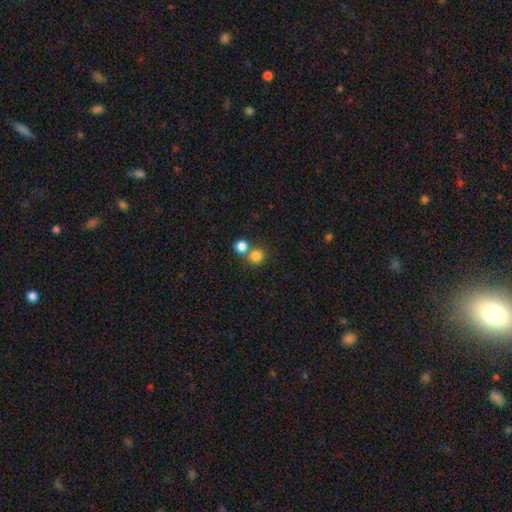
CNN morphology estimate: Q: Smooth or featured?
A: smooth (82%); runner-up: star or artifact (12%)
Q: How rounded?
A: round (89%); runner-up: in between (10%)
Q: Merging?
A: none (57%); runner-up: merger (35%)